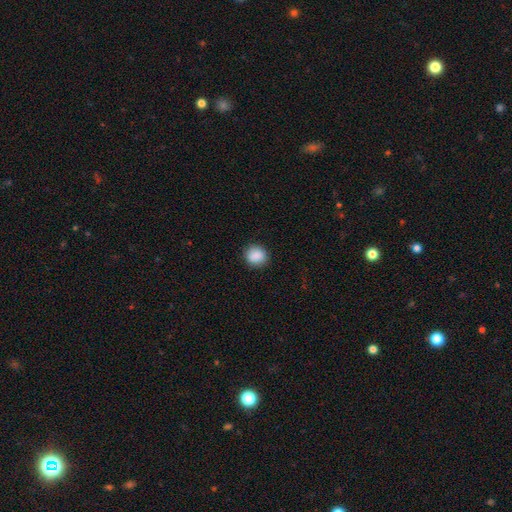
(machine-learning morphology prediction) smooth_or_featured: smooth (p=0.88) [alt: star or artifact p=0.08]
how_rounded: round (p=0.81) [alt: in between p=0.18]
merging: none (p=0.87) [alt: minor disturbance p=0.09]